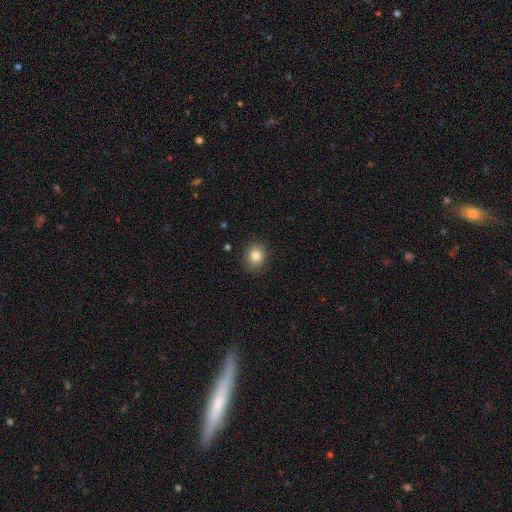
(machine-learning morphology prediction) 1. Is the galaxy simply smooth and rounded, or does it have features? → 82% smooth, 10% star or artifact, 7% featured or disk.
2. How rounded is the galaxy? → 68% round, 32% in between, 1% cigar-shaped.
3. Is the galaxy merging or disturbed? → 89% none, 8% minor disturbance, 2% major disturbance, 1% merger.